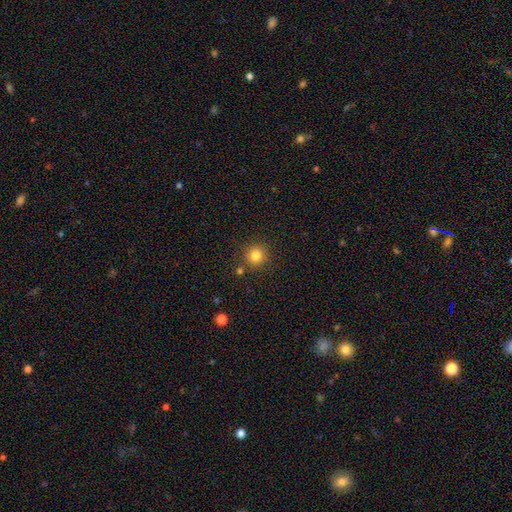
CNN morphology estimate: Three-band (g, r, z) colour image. It shows a smooth galaxy with no disk features (83%) that is round (94%). Merging: none (86%).